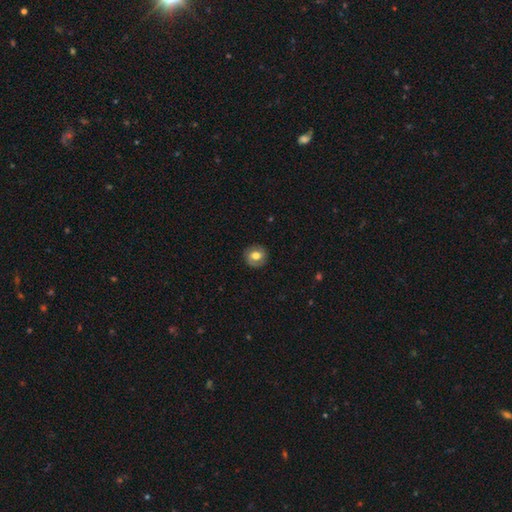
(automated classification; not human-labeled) Q: Smooth or featured?
A: smooth (68%); runner-up: featured or disk (24%)
Q: How rounded?
A: round (86%); runner-up: in between (13%)
Q: Merging?
A: none (88%); runner-up: minor disturbance (8%)